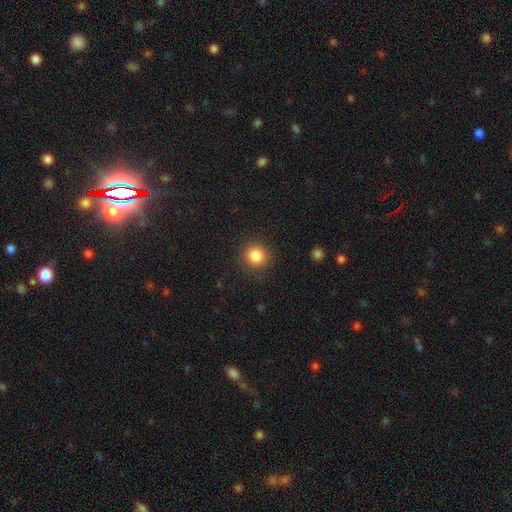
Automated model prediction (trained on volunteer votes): Smooth or featured? Predicted: smooth (p=0.84). How rounded? Predicted: round (p=0.91). Merging? Predicted: none (p=0.88).